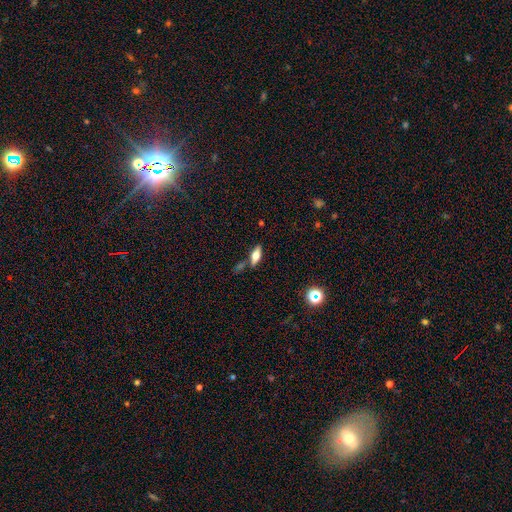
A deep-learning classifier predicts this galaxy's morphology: This appears to be a smooth galaxy with no disk features (52%) that is in between round and cigar-shaped (65%). Merging: none (71%).